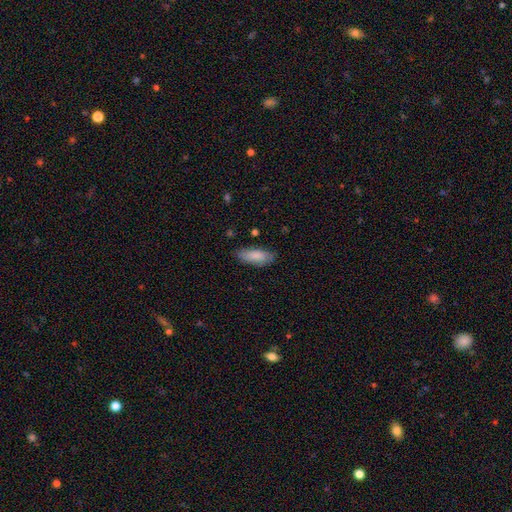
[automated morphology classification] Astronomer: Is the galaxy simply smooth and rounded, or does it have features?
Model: smooth — 84%.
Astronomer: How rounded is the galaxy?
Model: in between — 79%.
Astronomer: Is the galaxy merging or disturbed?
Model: none — 81%.